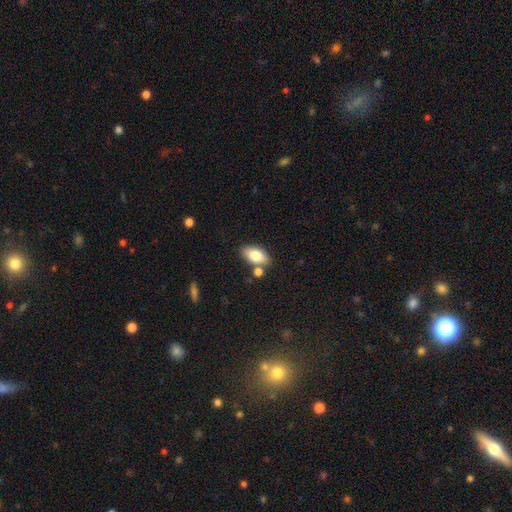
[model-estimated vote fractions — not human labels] Smooth or featured? Predicted: smooth (p=0.79). How rounded? Predicted: in between (p=0.91). Merging? Predicted: none (p=0.72).